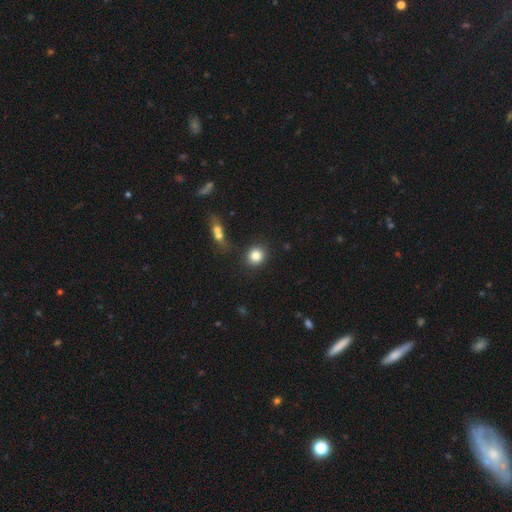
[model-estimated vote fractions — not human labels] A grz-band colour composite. It shows a smooth galaxy with no disk features (83%) that is round (80%). Merging: none (85%).